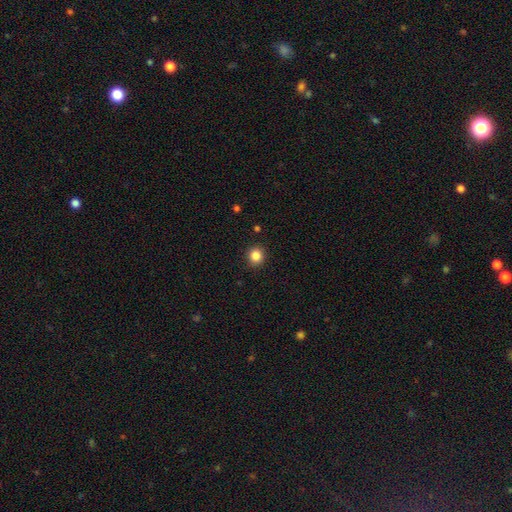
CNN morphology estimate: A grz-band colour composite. It shows a smooth galaxy with no disk features (85%) that is round (88%). Merging: none (91%).